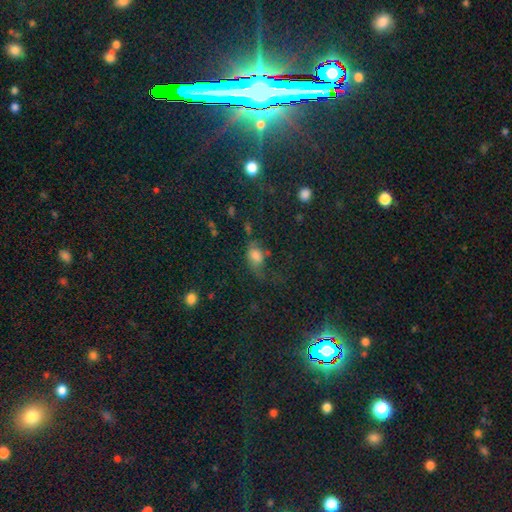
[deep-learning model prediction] Smooth or featured?
  - smooth: 61% *
  - star or artifact: 20%
  - featured or disk: 19%
How rounded?
  - in between: 68% *
  - round: 28%
  - cigar-shaped: 4%
Merging?
  - none: 40% *
  - major disturbance: 30%
  - minor disturbance: 24%
  - merger: 6%